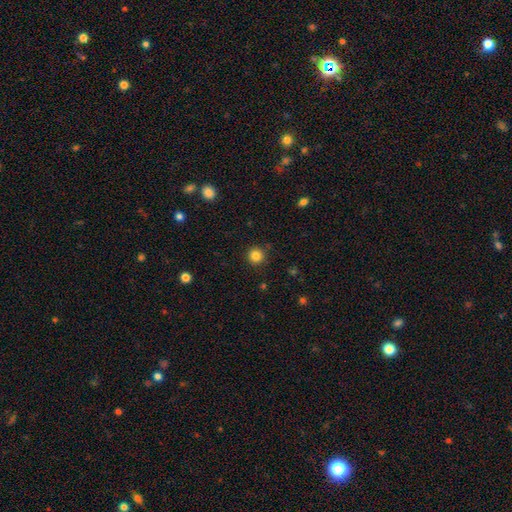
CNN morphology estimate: smooth_or_featured: smooth (p=0.84) [alt: star or artifact p=0.12]
how_rounded: round (p=0.94) [alt: in between p=0.05]
merging: none (p=0.90) [alt: minor disturbance p=0.07]